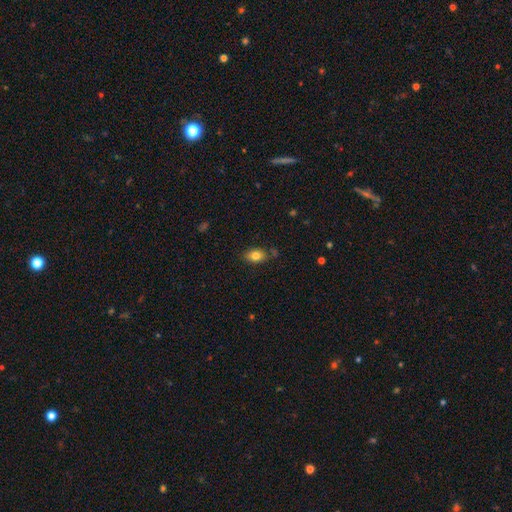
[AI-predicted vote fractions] The model was most divided on "merging": none: 78%, minor disturbance: 15%, merger: 4%, major disturbance: 3%. More confident: how rounded — in between (82%); smooth or featured — smooth (80%).